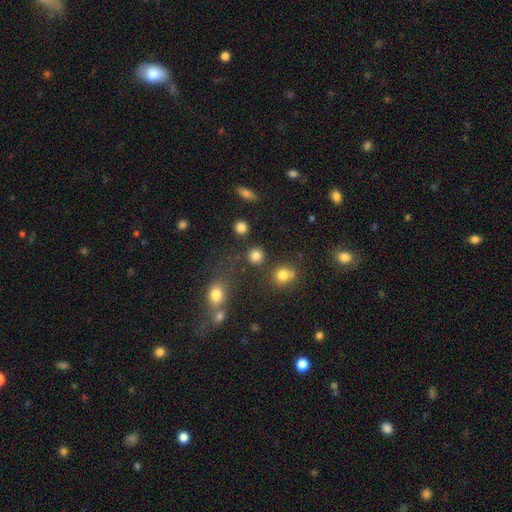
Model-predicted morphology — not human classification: smooth_or_featured: smooth (p=0.82) [alt: star or artifact p=0.13]
how_rounded: round (p=0.90) [alt: in between p=0.09]
merging: none (p=0.82) [alt: minor disturbance p=0.08]